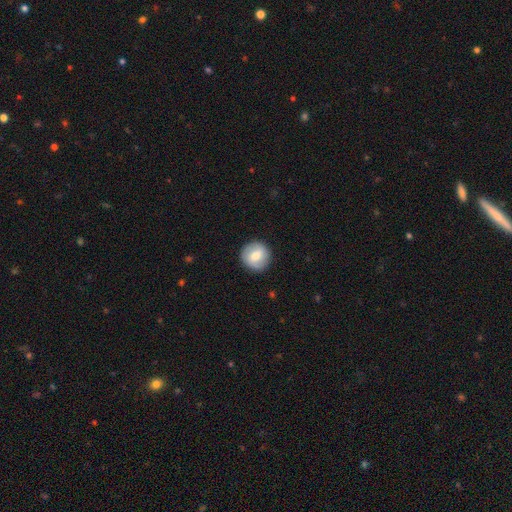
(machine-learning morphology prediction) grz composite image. It shows a smooth galaxy with no disk features (64%) that is round (93%). Merging: none (89%).